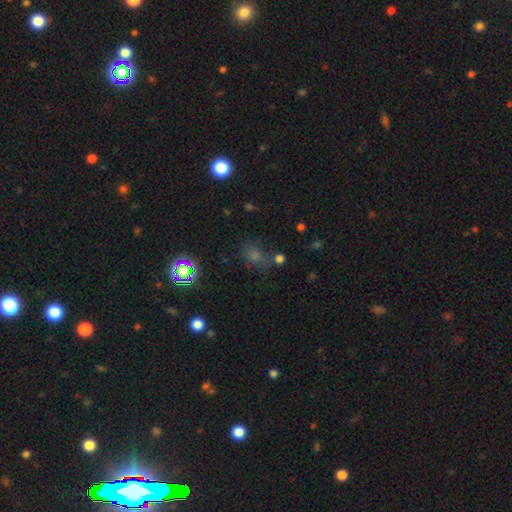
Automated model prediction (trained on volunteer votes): Smooth or featured? smooth (49%)
Merging? none (67%)